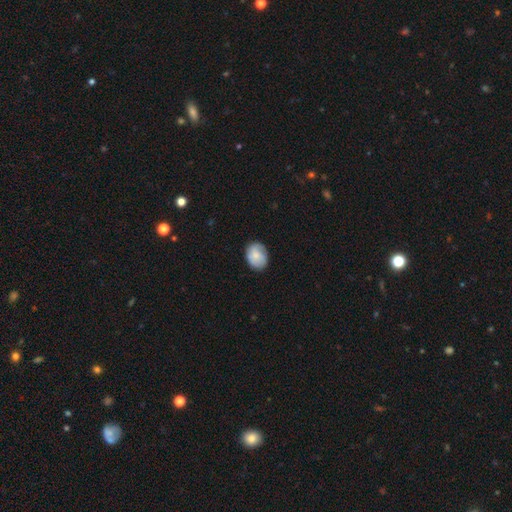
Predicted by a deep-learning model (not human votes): A smooth galaxy with no disk features (71%) that is in between round and cigar-shaped (62%).

Vote fractions:
- Smooth or featured? smooth: 71% / featured or disk: 22% / star or artifact: 7%
- How rounded? in between: 62% / round: 37% / cigar-shaped: 1%
- Merging? none: 77% / minor disturbance: 18% / major disturbance: 4% / merger: 1%